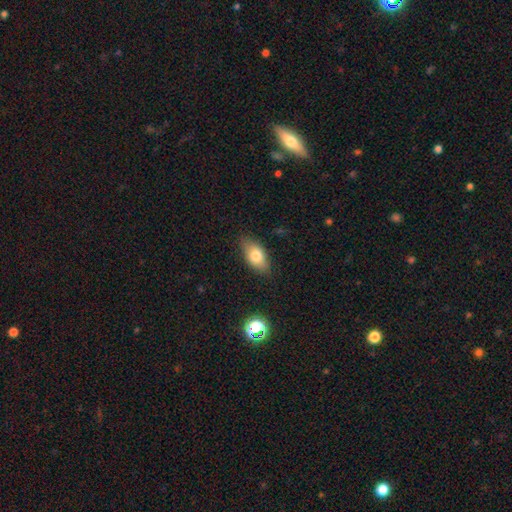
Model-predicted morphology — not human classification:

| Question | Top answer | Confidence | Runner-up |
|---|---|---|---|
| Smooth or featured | smooth | 76% | featured or disk (15%) |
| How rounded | in between | 89% | round (7%) |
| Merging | none | 82% | minor disturbance (14%) |